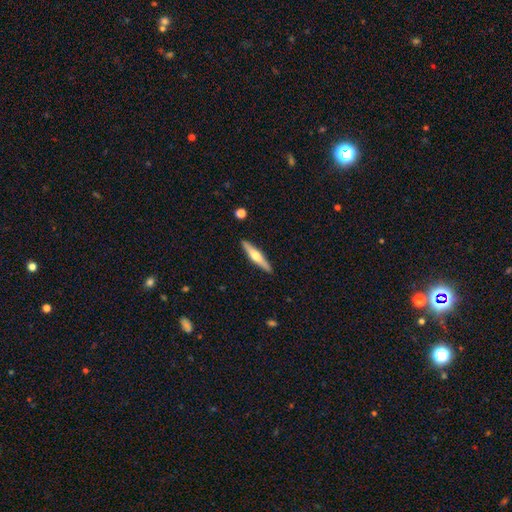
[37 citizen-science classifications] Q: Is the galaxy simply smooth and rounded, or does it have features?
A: featured or disk — 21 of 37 (57%).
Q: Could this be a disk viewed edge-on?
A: yes — 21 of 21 (100%).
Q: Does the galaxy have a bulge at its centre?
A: rounded — 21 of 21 (100%).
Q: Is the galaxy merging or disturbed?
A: none — 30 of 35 (86%).